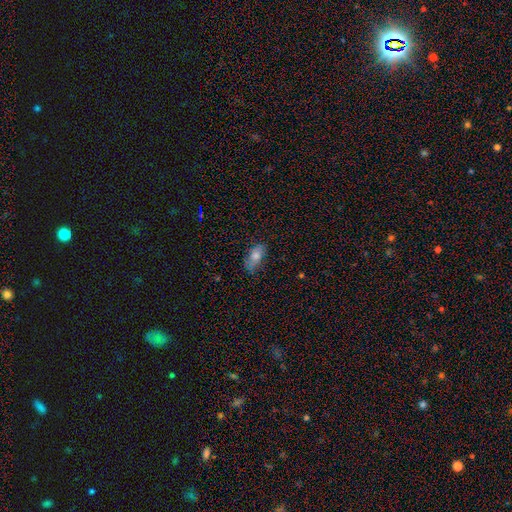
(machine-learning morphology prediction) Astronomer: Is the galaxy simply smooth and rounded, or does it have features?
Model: smooth — 69%.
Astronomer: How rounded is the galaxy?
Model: in between — 86%.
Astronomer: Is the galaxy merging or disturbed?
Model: none — 69%.